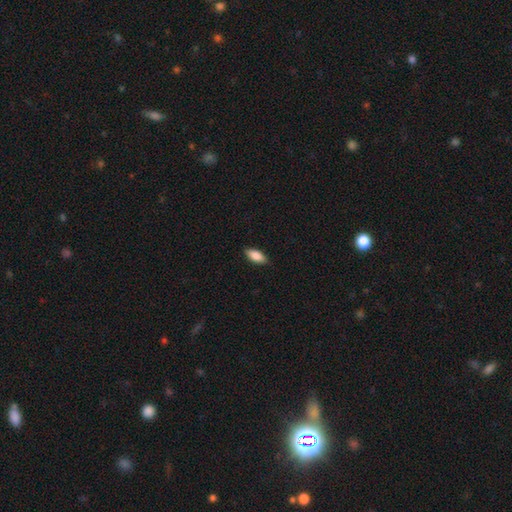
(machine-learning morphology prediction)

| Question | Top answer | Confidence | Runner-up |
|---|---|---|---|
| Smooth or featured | smooth | 87% | featured or disk (7%) |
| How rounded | in between | 86% | cigar-shaped (11%) |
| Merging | none | 87% | minor disturbance (10%) |